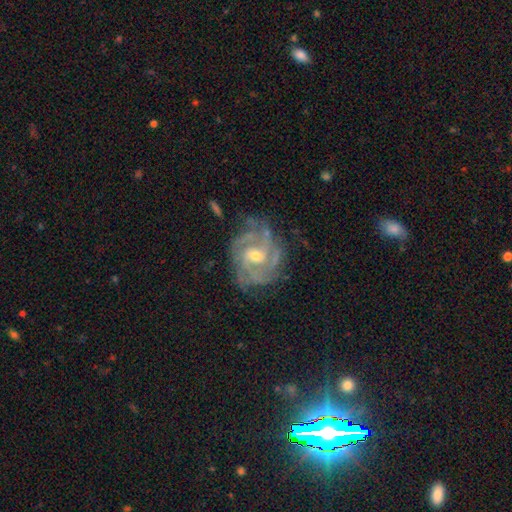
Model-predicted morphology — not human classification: Q: Smooth or featured?
A: featured or disk (88%); runner-up: smooth (6%)
Q: Edge-on disk?
A: no (97%); runner-up: yes (3%)
Q: Bar?
A: weak (45%); runner-up: no (44%)
Q: Spiral arms?
A: yes (96%); runner-up: no (4%)
Q: Spiral winding?
A: tight (57%); runner-up: medium (36%)
Q: Spiral arm count?
A: 3 (28%); runner-up: can't tell (24%)
Q: Bulge size?
A: moderate (53%); runner-up: small (43%)
Q: Merging?
A: none (69%); runner-up: minor disturbance (21%)